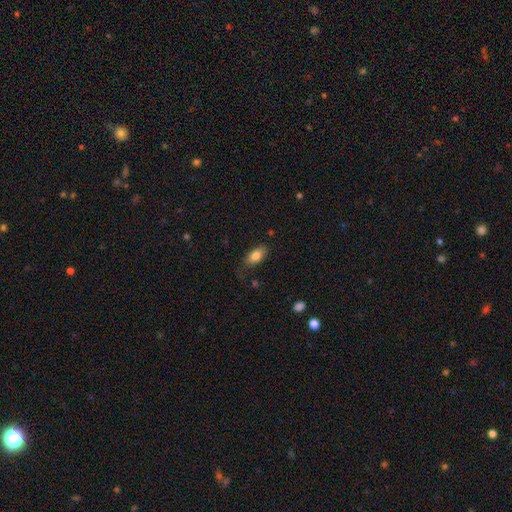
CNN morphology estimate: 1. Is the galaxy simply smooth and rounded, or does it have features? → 82% smooth, 11% featured or disk, 7% star or artifact.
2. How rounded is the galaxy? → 88% in between, 6% cigar-shaped, 5% round.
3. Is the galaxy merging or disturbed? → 74% none, 19% minor disturbance, 5% major disturbance, 2% merger.